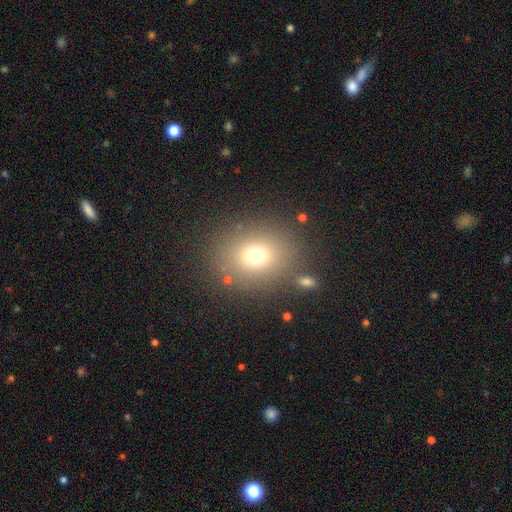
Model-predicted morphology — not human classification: This is likely a smooth galaxy (71%). How rounded: likely round (70%). Merging: likely none (80%).